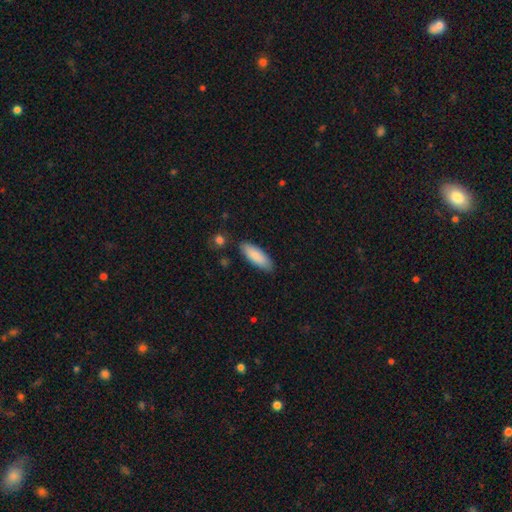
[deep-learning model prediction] smooth-or-featured: smooth: 87% | featured or disk: 7% | star or artifact: 6%
  how-rounded: in between: 63% | cigar-shaped: 36% | round: 1%
  merging: none: 85% | minor disturbance: 11% | merger: 2% | major disturbance: 2%